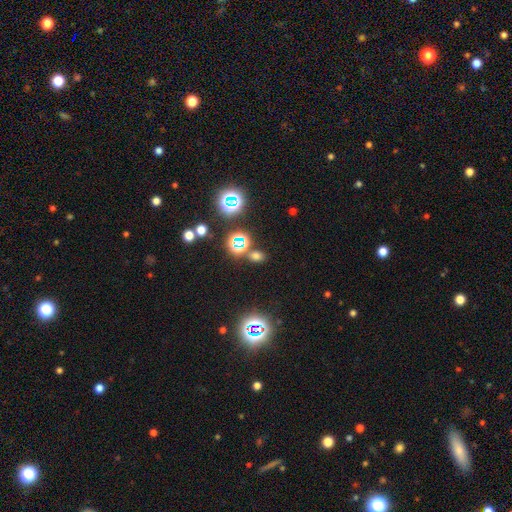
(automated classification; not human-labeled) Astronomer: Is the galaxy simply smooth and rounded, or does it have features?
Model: smooth — 54% (runner-up: star or artifact, 39%).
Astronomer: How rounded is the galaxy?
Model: in between — 52% (runner-up: round, 46%).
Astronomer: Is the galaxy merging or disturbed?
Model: none — 78%.